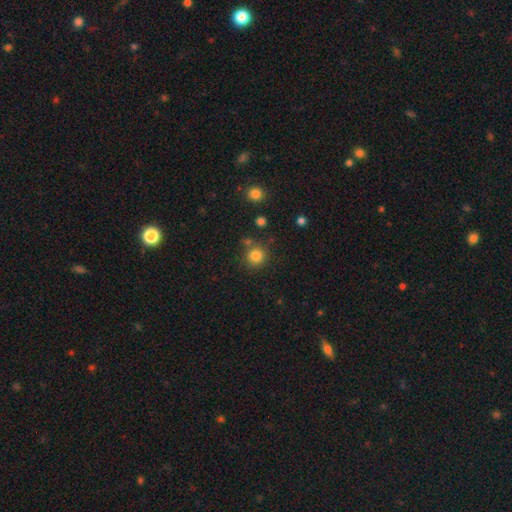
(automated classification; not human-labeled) This is clearly a smooth galaxy (83%). How rounded: clearly round (92%). Merging: likely none (77%).